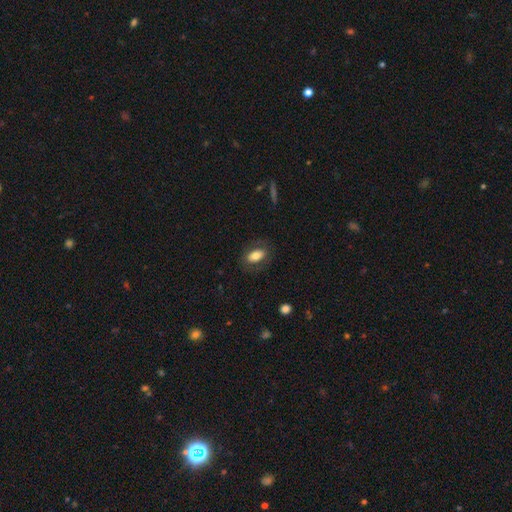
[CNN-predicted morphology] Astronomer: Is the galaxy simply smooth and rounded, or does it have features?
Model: smooth — 73%.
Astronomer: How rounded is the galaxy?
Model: in between — 89%.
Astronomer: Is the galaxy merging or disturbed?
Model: none — 79%.